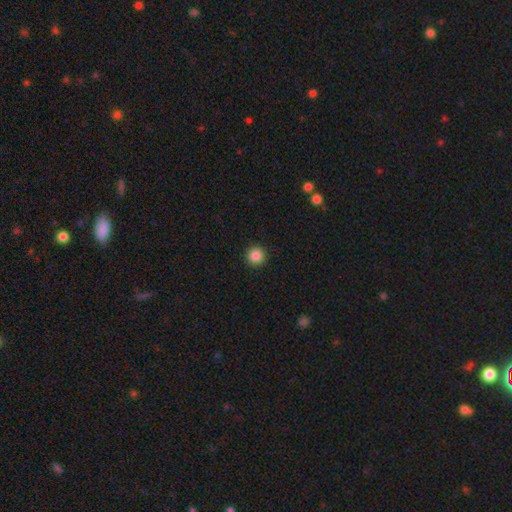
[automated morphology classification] Smooth or featured? Predicted: smooth (p=0.87). How rounded? Predicted: round (p=0.96). Merging? Predicted: none (p=0.93).